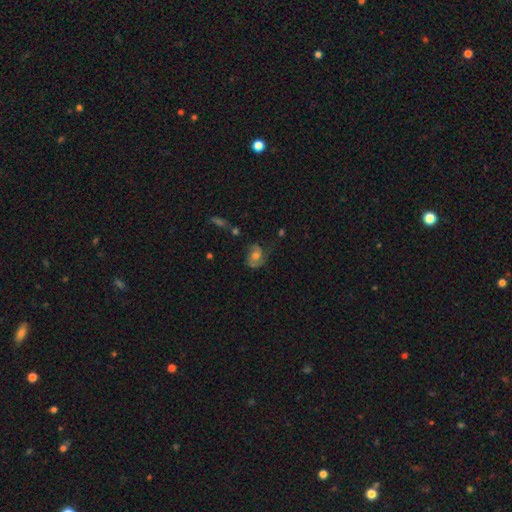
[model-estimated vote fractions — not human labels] Smooth or featured? featured or disk (67%)
Edge-on disk? no (97%)
Bar? no (66%)
Spiral arms? yes (90%)
Spiral winding? medium (46%)
Spiral arm count? 2 (73%)
Bulge size? moderate (59%)
Merging? none (57%)